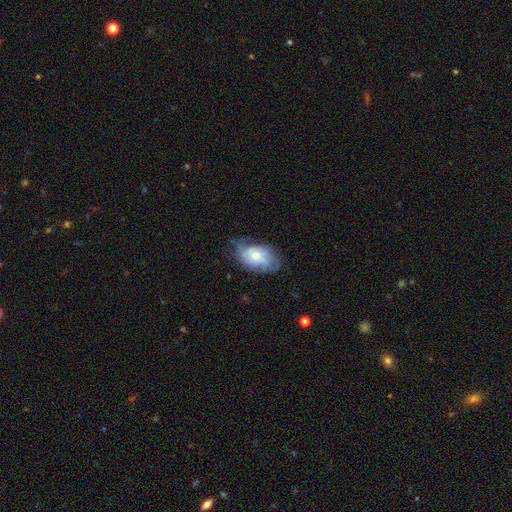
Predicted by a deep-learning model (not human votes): Smooth or featured? Predicted: featured or disk (p=0.49). Merging? Predicted: none (p=0.56).